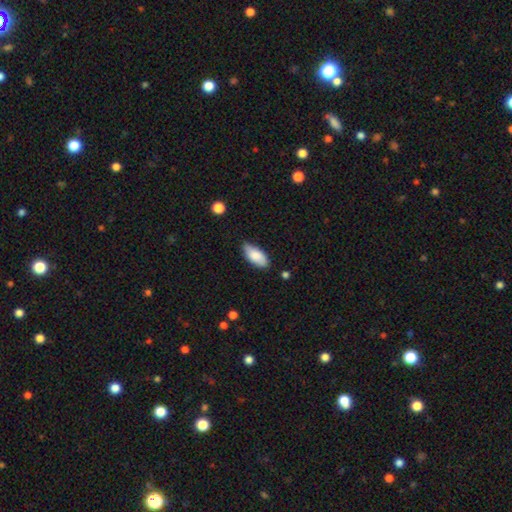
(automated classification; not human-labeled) smooth-or-featured: smooth: 83% | featured or disk: 11% | star or artifact: 6%
  how-rounded: in between: 90% | cigar-shaped: 8% | round: 2%
  merging: none: 77% | minor disturbance: 19% | major disturbance: 3% | merger: 2%